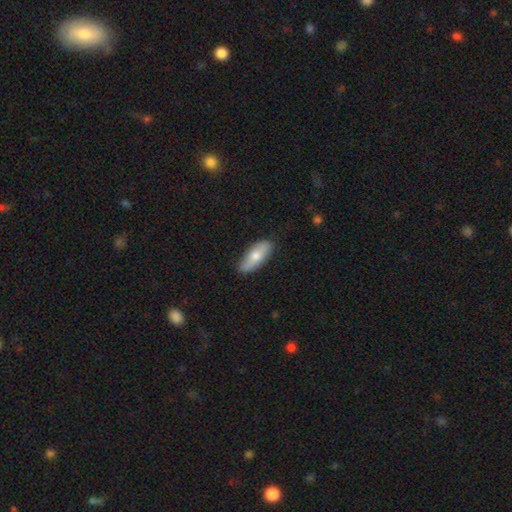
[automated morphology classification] smooth 71%, featured or disk 23%, star or artifact 5%. Down the decision tree: how rounded — in between (77%); merging — none (84%).